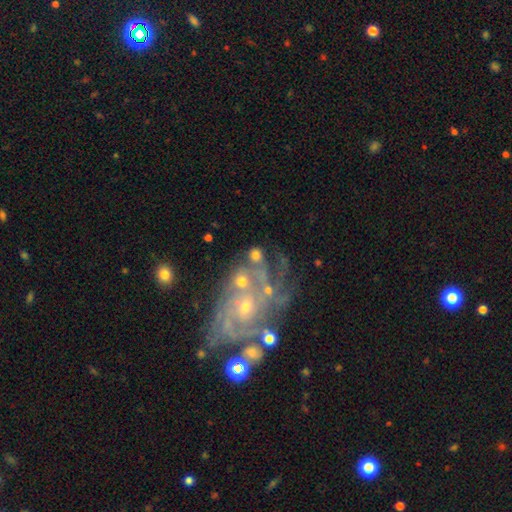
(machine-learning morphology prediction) Smooth or featured? Predicted: featured or disk (p=0.43, tied with smooth). Merging? Predicted: none (p=0.44).